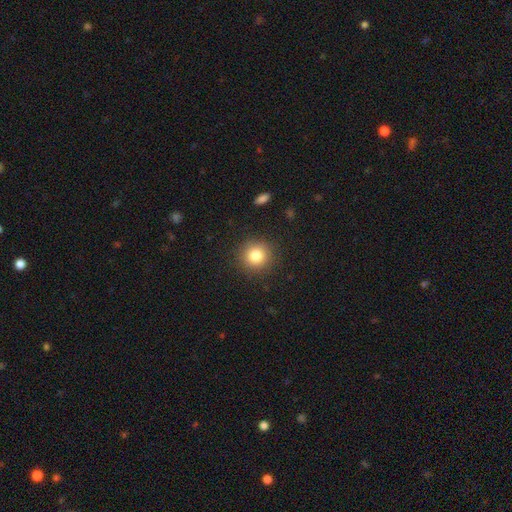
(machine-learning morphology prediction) Overall: smooth (82%). How rounded: round (92%). Merging: none (90%).